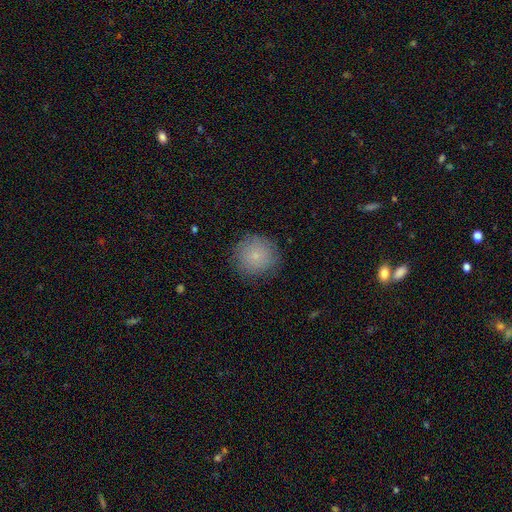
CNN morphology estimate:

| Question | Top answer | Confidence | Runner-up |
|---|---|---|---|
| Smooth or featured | smooth | 81% | featured or disk (10%) |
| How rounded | round | 93% | in between (6%) |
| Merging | none | 85% | minor disturbance (11%) |